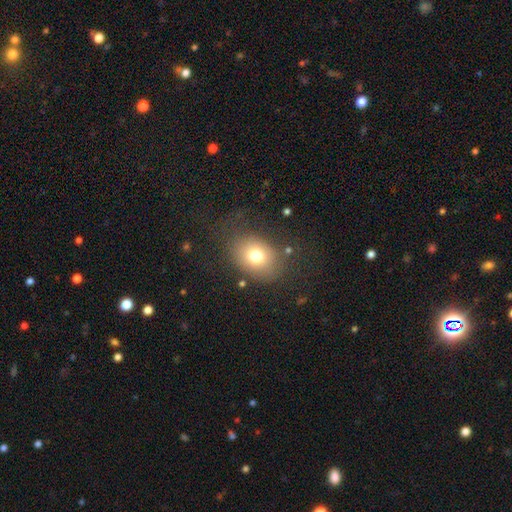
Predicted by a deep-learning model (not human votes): Smooth or featured?
  - smooth: 73% *
  - featured or disk: 15%
  - star or artifact: 12%
How rounded?
  - in between: 55% *
  - round: 44%
  - cigar-shaped: 1%
Merging?
  - none: 70% *
  - minor disturbance: 16%
  - major disturbance: 12%
  - merger: 2%